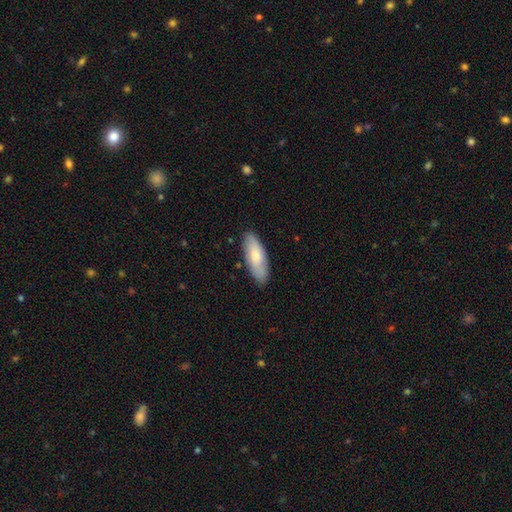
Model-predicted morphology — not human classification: The model was most divided on "how rounded": in between: 73%, cigar-shaped: 25%, round: 2%. More confident: merging — none (86%); smooth or featured — smooth (75%).